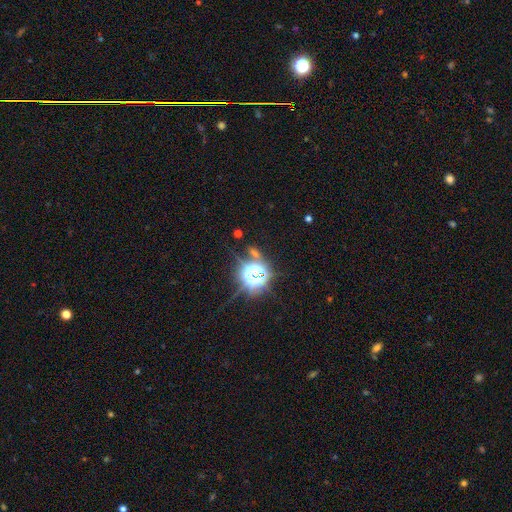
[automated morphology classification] A star or artifact, not a galaxy (77%).

Vote fractions:
- Smooth or featured? star or artifact: 77% / smooth: 14% / featured or disk: 9%